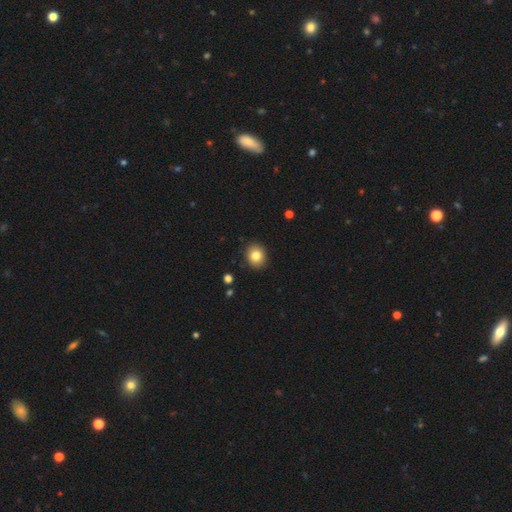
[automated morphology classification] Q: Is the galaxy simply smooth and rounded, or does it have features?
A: smooth — 83%.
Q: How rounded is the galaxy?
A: round — 70%.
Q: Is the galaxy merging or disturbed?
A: none — 89%.